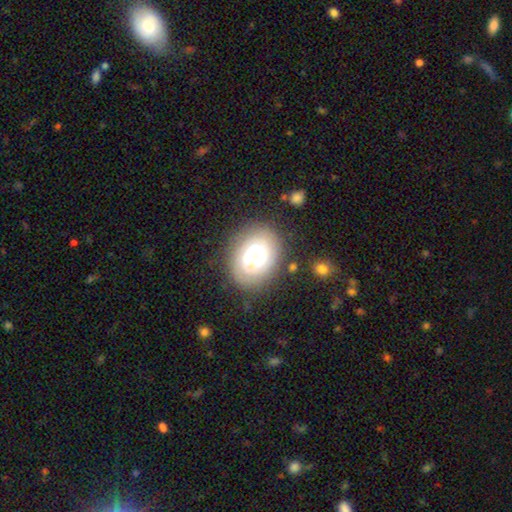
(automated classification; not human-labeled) A smooth galaxy with no disk features (48%).

Vote fractions:
- Smooth or featured? smooth: 48% / featured or disk: 43% / star or artifact: 9%
- Merging? none: 66% / minor disturbance: 17% / merger: 10% / major disturbance: 7%